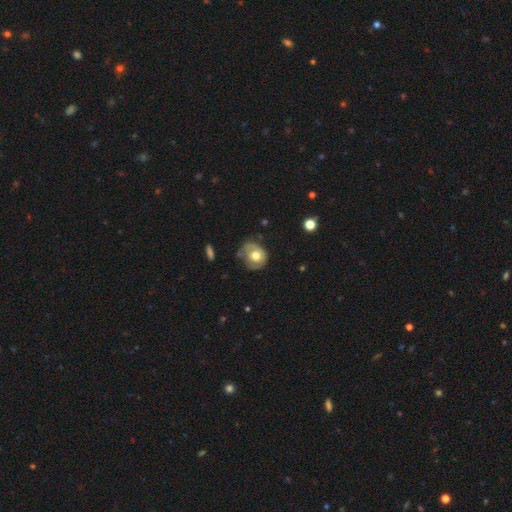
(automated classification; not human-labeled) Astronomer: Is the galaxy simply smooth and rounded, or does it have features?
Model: smooth — 59%.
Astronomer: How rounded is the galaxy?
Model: round — 69%.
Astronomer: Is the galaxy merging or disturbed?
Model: none — 52% (runner-up: minor disturbance, 31%).